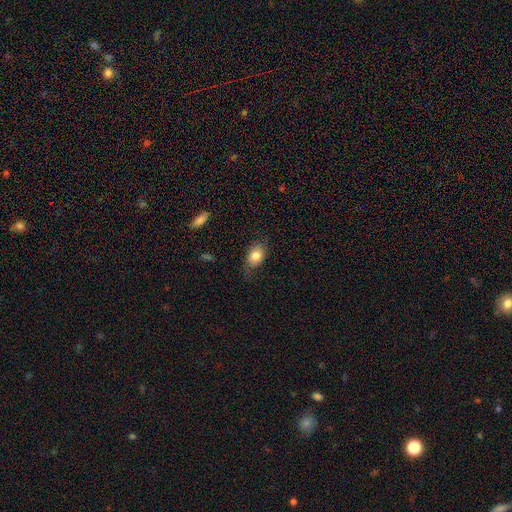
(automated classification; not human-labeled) Overall: smooth (81%). How rounded: in between (82%). Merging: none (65%).